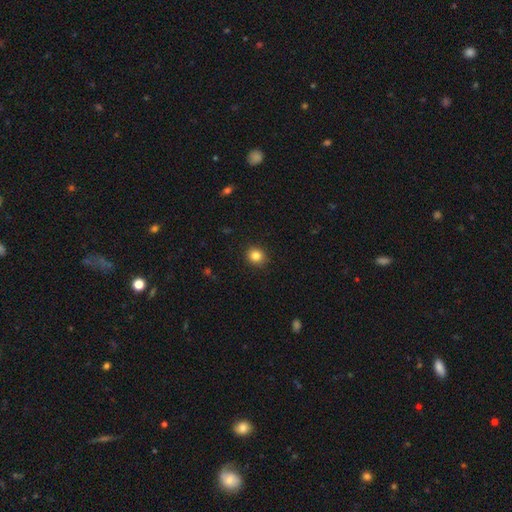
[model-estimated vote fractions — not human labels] Q: Smooth or featured?
A: smooth (83%); runner-up: star or artifact (11%)
Q: How rounded?
A: round (86%); runner-up: in between (14%)
Q: Merging?
A: none (91%); runner-up: minor disturbance (6%)